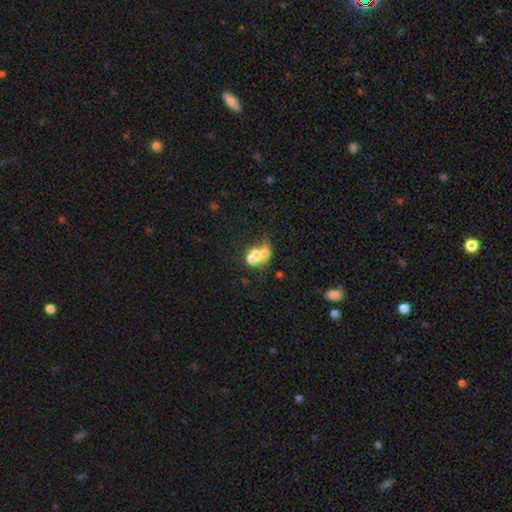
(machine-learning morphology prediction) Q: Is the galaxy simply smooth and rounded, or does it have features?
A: smooth — 57%.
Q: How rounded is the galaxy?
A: in between — 61%.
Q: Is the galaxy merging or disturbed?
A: merger — 69%.